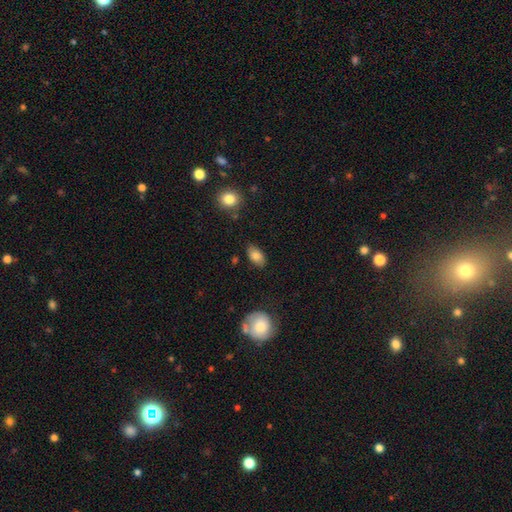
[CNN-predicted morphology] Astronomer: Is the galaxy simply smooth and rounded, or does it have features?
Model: smooth — 80%.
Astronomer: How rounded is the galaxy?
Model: in between — 91%.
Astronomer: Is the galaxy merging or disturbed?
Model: none — 82%.